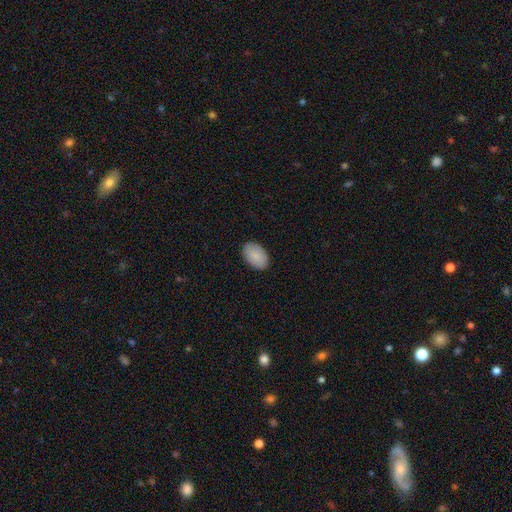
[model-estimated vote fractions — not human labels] Q: Smooth or featured?
A: smooth (89%); runner-up: star or artifact (6%)
Q: How rounded?
A: in between (92%); runner-up: round (7%)
Q: Merging?
A: none (89%); runner-up: minor disturbance (8%)